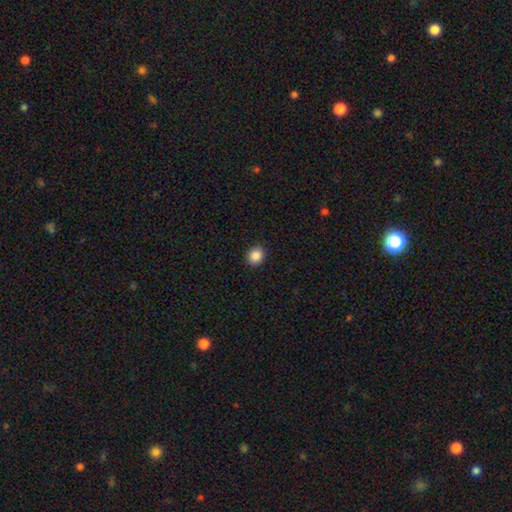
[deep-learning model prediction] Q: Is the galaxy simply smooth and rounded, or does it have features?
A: smooth — 87%.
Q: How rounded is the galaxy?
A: round — 72%.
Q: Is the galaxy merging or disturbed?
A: none — 91%.